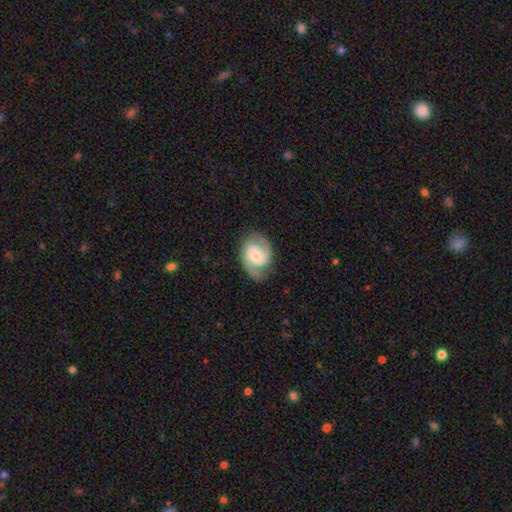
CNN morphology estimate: The model was most divided on "bulge size": small: 46%, moderate: 44%, large: 5%, none: 4%, dominant: 1%. Remaining: edge-on disk — no (98%); spiral arms — yes (96%); spiral arm count — 2 (91%); smooth or featured — featured or disk (83%); merging — none (79%); spiral winding — medium (55%); bar — weak (44%).